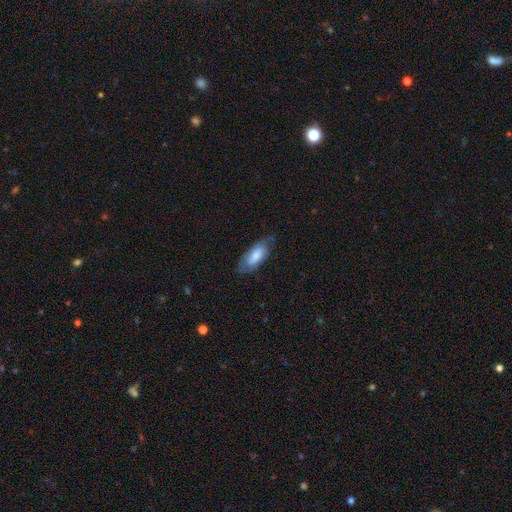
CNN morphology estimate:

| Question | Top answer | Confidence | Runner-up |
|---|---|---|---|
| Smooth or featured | smooth | 65% | featured or disk (29%) |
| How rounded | in between | 84% | cigar-shaped (14%) |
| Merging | none | 67% | minor disturbance (24%) |